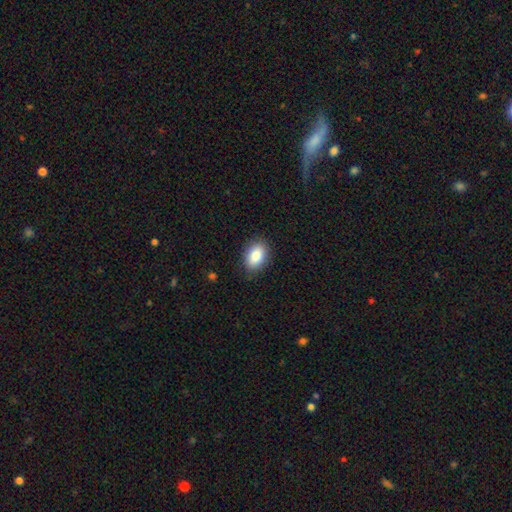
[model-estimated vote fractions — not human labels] A smooth galaxy with no disk features (85%) that is in between round and cigar-shaped (86%). Merging: none (87%).